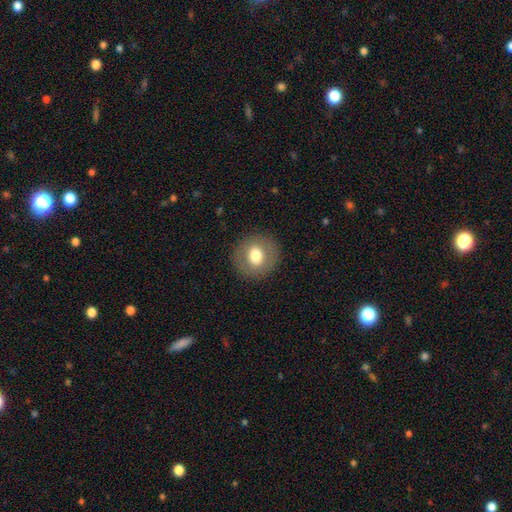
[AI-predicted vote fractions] smooth-or-featured: smooth: 71% | featured or disk: 21% | star or artifact: 9%
  how-rounded: round: 83% | in between: 16% | cigar-shaped: 1%
  merging: none: 89% | minor disturbance: 7% | major disturbance: 3% | merger: 1%